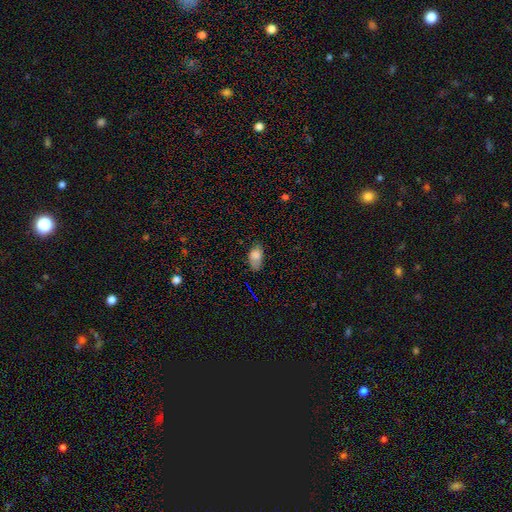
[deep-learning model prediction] Smooth or featured? smooth (80%)
How rounded? in between (89%)
Merging? none (51%)